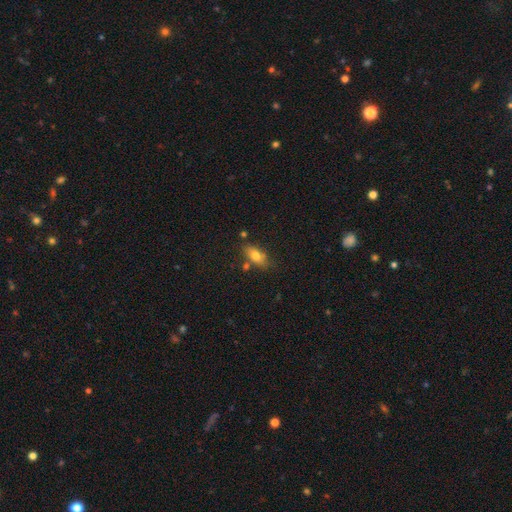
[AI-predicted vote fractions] smooth 74%, featured or disk 17%, star or artifact 9%. Down the decision tree: how rounded — in between (82%); merging — none (71%).